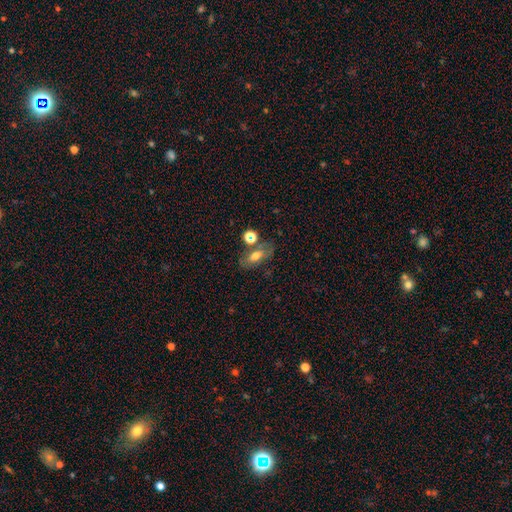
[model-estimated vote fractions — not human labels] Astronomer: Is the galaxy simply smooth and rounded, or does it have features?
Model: smooth — 60%.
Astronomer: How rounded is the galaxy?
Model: in between — 80%.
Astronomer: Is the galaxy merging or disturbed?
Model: none — 65%.